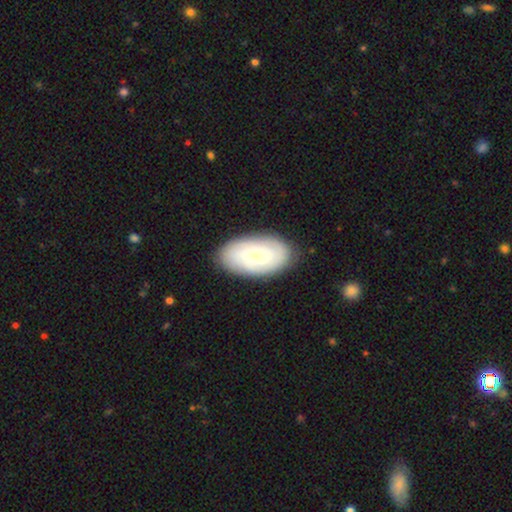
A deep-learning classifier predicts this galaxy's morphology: Q: Smooth or featured?
A: featured or disk (48%); runner-up: smooth (46%)
Q: Merging?
A: none (85%); runner-up: minor disturbance (11%)